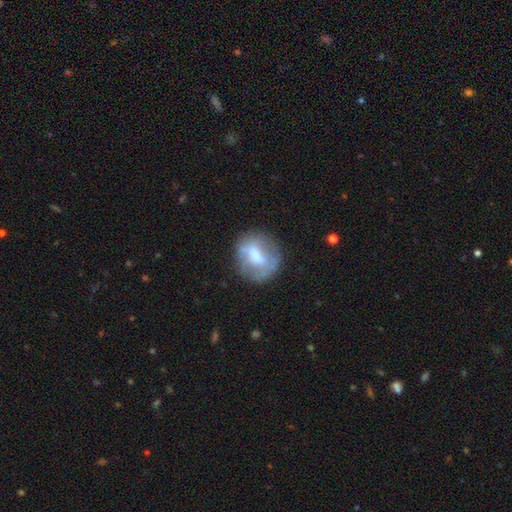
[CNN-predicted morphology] This is possibly a smooth galaxy (50%). How rounded: likely round (75%). Merging: likely none (62%).